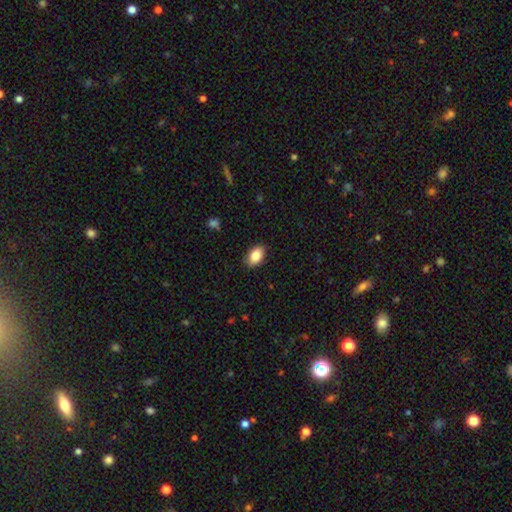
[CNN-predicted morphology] Q: Smooth or featured?
A: smooth (85%); runner-up: featured or disk (8%)
Q: How rounded?
A: in between (91%); runner-up: round (7%)
Q: Merging?
A: none (87%); runner-up: minor disturbance (10%)